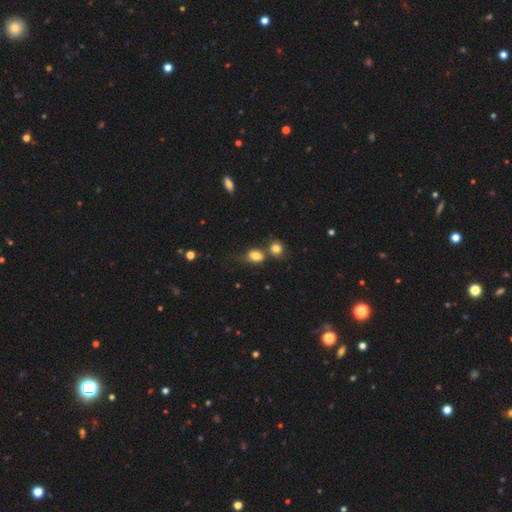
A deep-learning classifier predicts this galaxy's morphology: Q: Smooth or featured?
A: smooth (80%); runner-up: star or artifact (11%)
Q: How rounded?
A: in between (59%); runner-up: round (39%)
Q: Merging?
A: none (39%); runner-up: merger (33%)